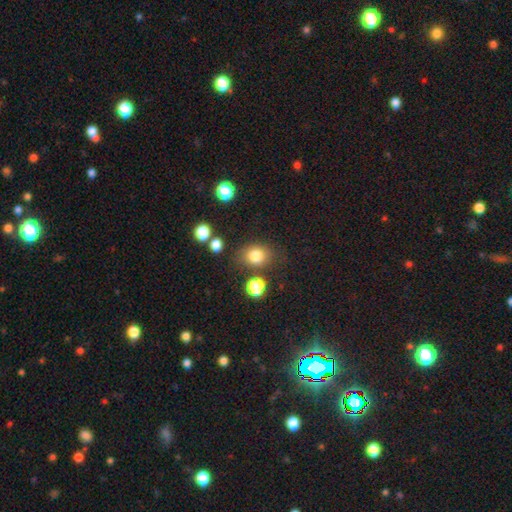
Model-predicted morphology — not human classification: Smooth or featured: smooth — 81% (star or artifact — 12%)
How rounded: round — 60% (in between — 39%)
Merging: none — 74% (minor disturbance — 15%)